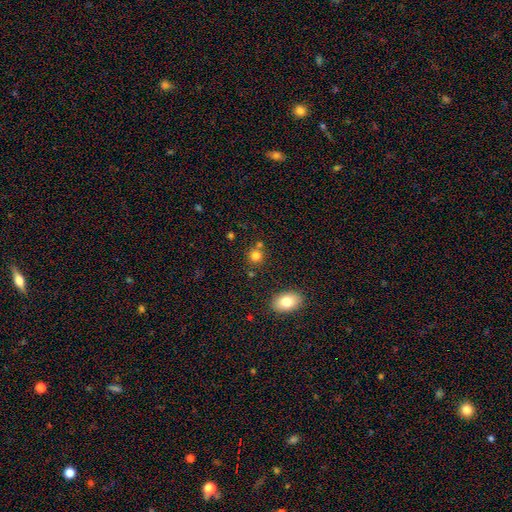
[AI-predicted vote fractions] smooth_or_featured: smooth (p=0.80) [alt: star or artifact p=0.13]
how_rounded: round (p=0.85) [alt: in between p=0.14]
merging: none (p=0.71) [alt: merger p=0.18]